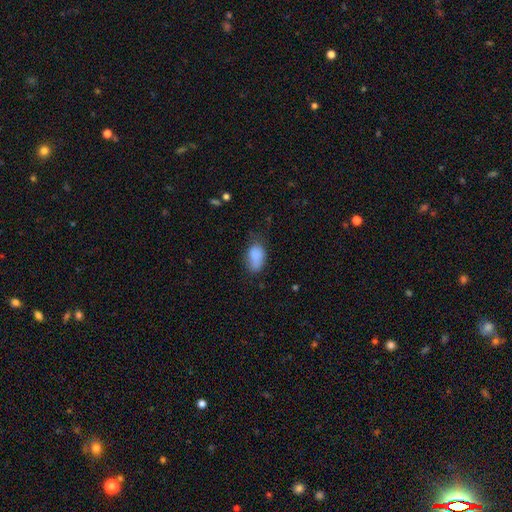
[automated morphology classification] smooth_or_featured: smooth (p=0.84) [alt: star or artifact p=0.09]
how_rounded: in between (p=0.91) [alt: round p=0.08]
merging: none (p=0.49) [alt: minor disturbance p=0.34]